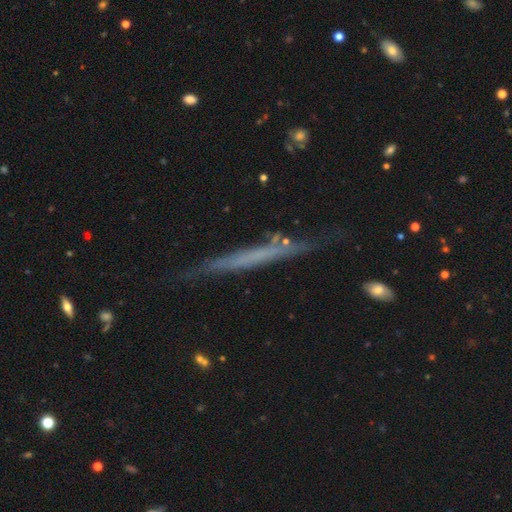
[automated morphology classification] Overall: featured or disk (54%; smooth 37%). Edge-on disk: yes (90%). Merging: none (73%).